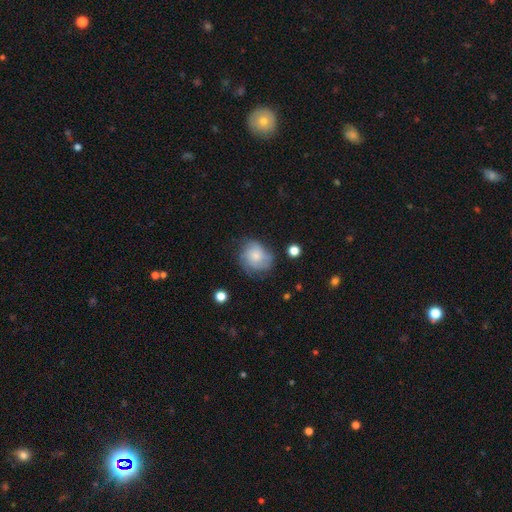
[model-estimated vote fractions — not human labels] A smooth galaxy with no disk features (64%) that is round (68%). Merging: none (57%).